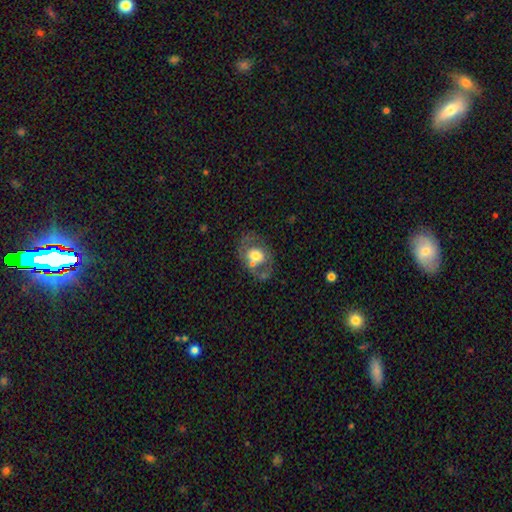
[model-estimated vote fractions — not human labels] Smooth or featured? featured or disk (48%)
Merging? none (51%)